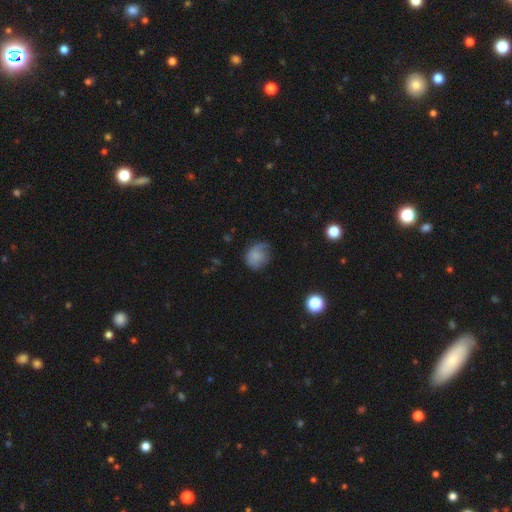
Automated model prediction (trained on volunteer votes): Overall: smooth (72%). How rounded: round (65%; in between 34%). Merging: none (47%; minor disturbance 33%).